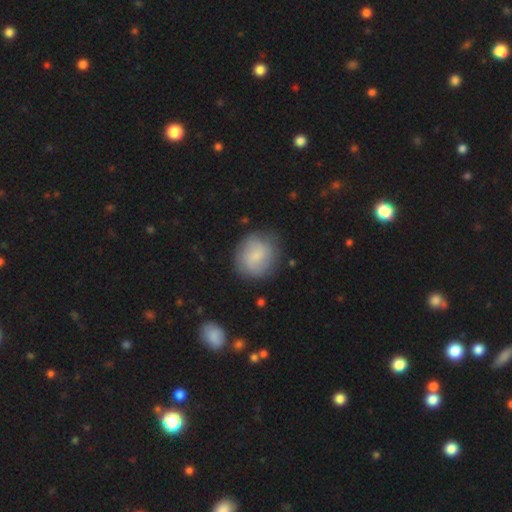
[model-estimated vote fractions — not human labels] This is likely a smooth galaxy (63%). How rounded: clearly round (81%). Merging: likely none (76%).